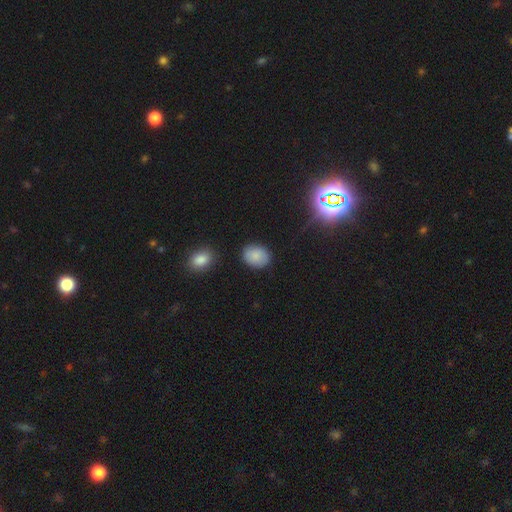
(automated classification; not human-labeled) Morphology: type=smooth (83%); roundness=in between (54%); merging=none (84%).